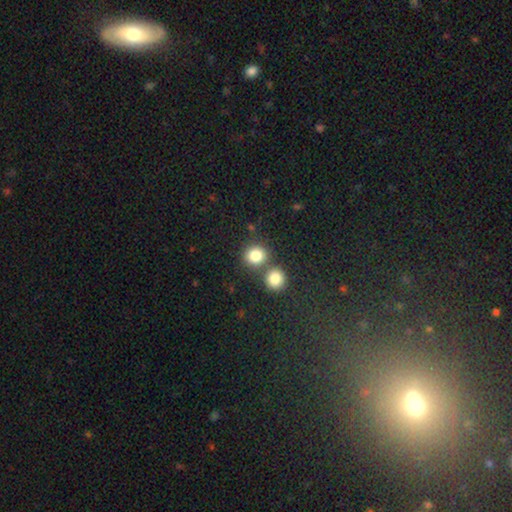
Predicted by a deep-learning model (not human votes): A smooth galaxy with no disk features (82%) that is round (87%). Merging: none (63%).